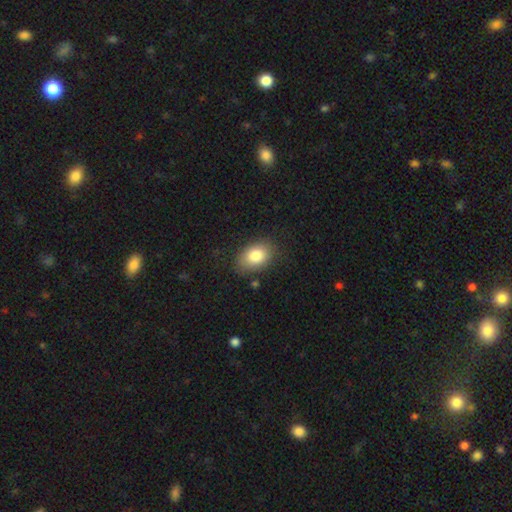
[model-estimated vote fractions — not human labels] A smooth galaxy with no disk features (83%) that is in between round and cigar-shaped (84%). Merging: none (78%).